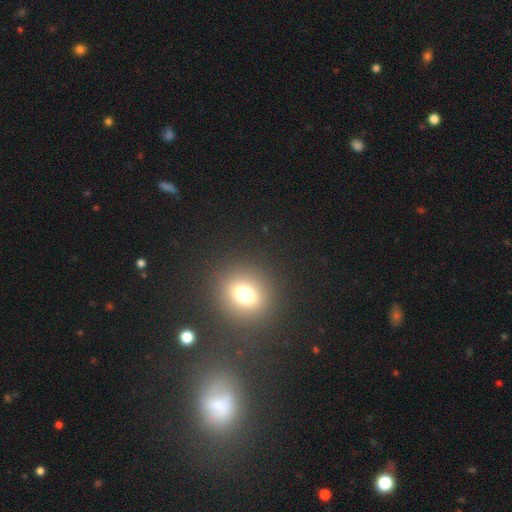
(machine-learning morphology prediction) This appears to be a smooth galaxy with no disk features (57%) that is round (75%). Merging: none (78%).